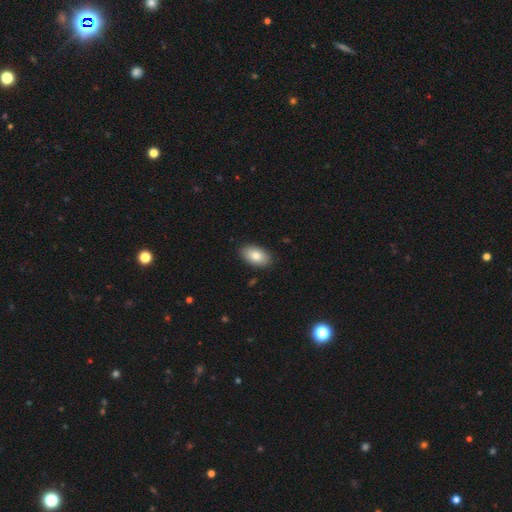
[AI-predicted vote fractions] smooth-or-featured: smooth: 83% | featured or disk: 11% | star or artifact: 7%
  how-rounded: in between: 94% | round: 5% | cigar-shaped: 2%
  merging: none: 89% | minor disturbance: 8% | major disturbance: 2% | merger: 1%